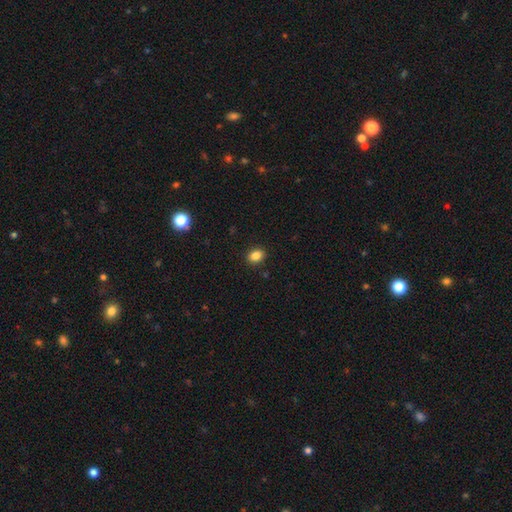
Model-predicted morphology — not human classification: Smooth or featured? smooth (85%)
How rounded? in between (63%)
Merging? none (89%)